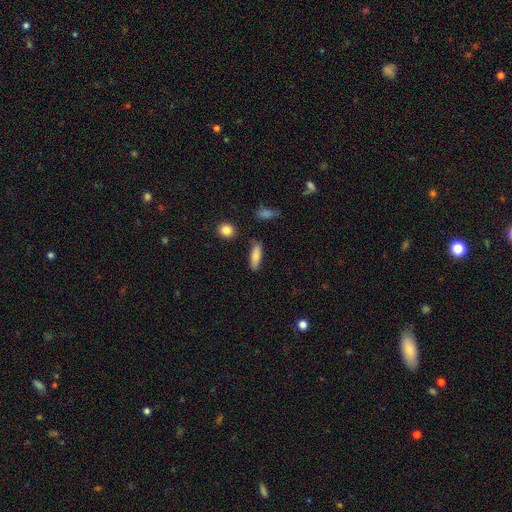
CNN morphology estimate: smooth 82%, featured or disk 11%, star or artifact 7%. Down the decision tree: how rounded — in between (52%); merging — none (80%).